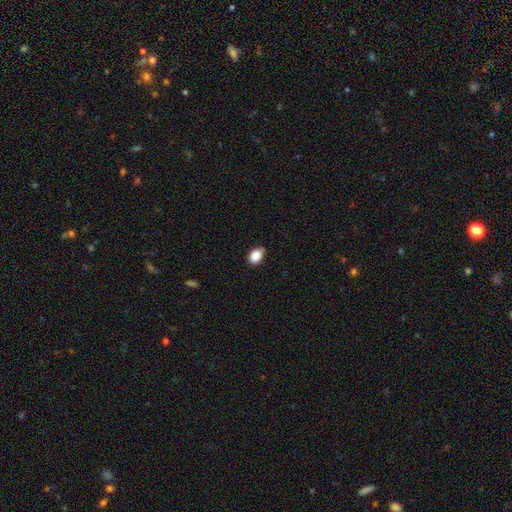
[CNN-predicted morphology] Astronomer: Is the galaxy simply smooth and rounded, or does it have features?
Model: smooth — 88%.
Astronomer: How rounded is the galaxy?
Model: in between — 79%.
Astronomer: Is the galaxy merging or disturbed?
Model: none — 80%.